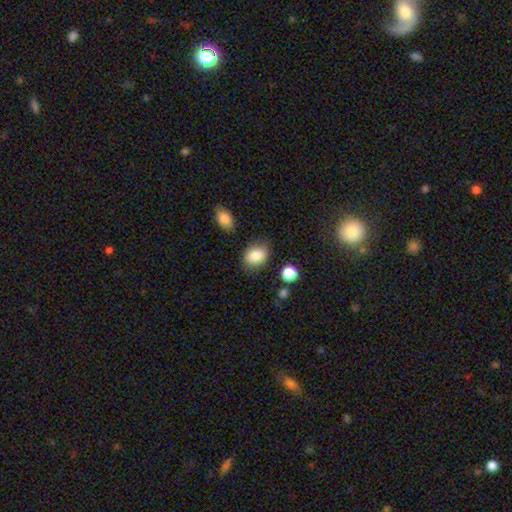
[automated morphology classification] Q: Smooth or featured?
A: smooth (83%); runner-up: star or artifact (9%)
Q: How rounded?
A: in between (59%); runner-up: round (40%)
Q: Merging?
A: none (77%); runner-up: minor disturbance (15%)